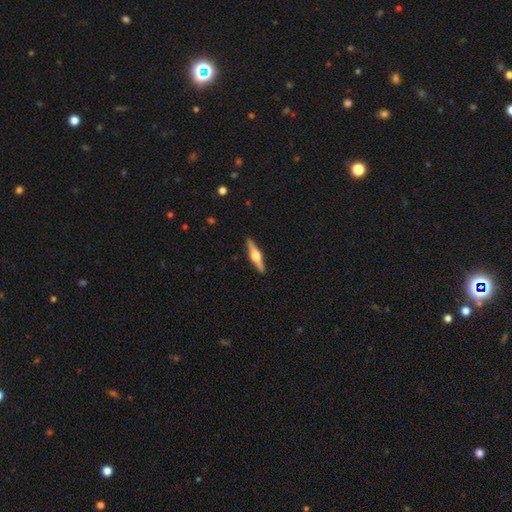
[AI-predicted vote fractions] Morphology: type=featured or disk (72%); edge-on=yes (97%); edge-on bulge=rounded (95%); merging=none (91%).